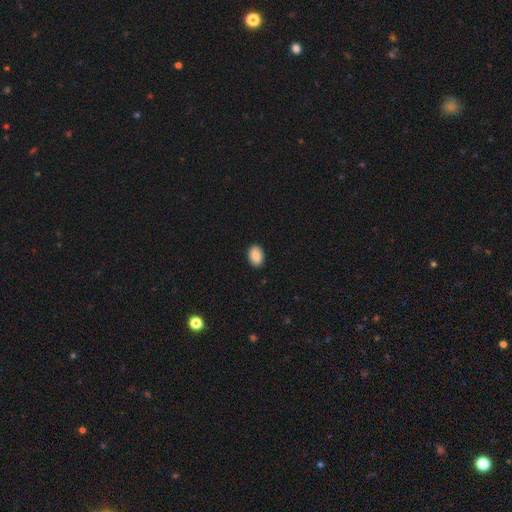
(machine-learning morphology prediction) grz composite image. It shows a smooth galaxy with no disk features (88%) that is in between round and cigar-shaped (82%). Merging: none (90%).